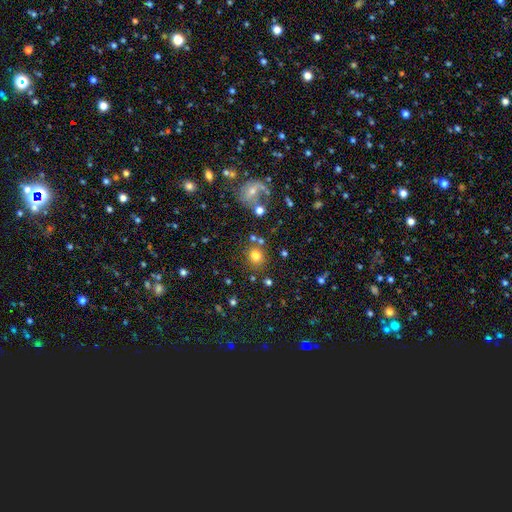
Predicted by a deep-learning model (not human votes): This appears to be a smooth galaxy with no disk features (76%) that is round (81%). Merging: none (76%).